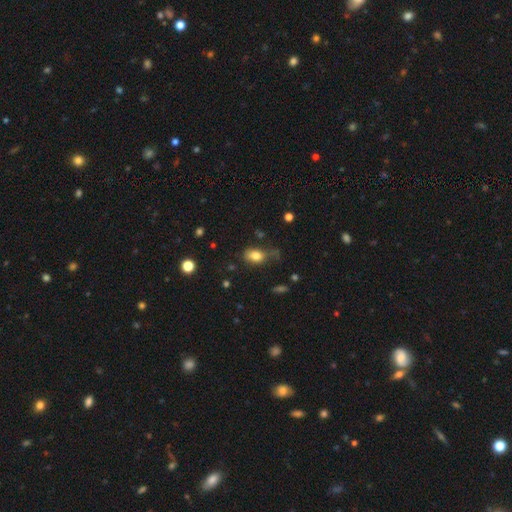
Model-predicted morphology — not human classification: smooth-or-featured: smooth: 80% | star or artifact: 10% | featured or disk: 10%
  how-rounded: in between: 81% | round: 16% | cigar-shaped: 3%
  merging: none: 52% | minor disturbance: 29% | major disturbance: 15% | merger: 4%